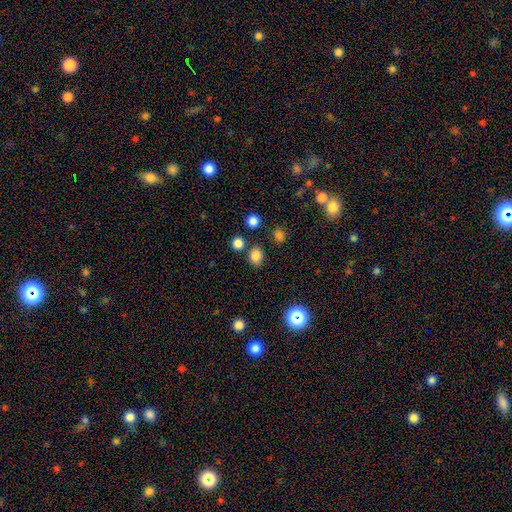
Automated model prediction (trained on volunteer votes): Smooth or featured?
  - smooth: 82% *
  - star or artifact: 14%
  - featured or disk: 4%
How rounded?
  - round: 56% *
  - in between: 43%
  - cigar-shaped: 1%
Merging?
  - none: 80% *
  - minor disturbance: 9%
  - merger: 7%
  - major disturbance: 3%